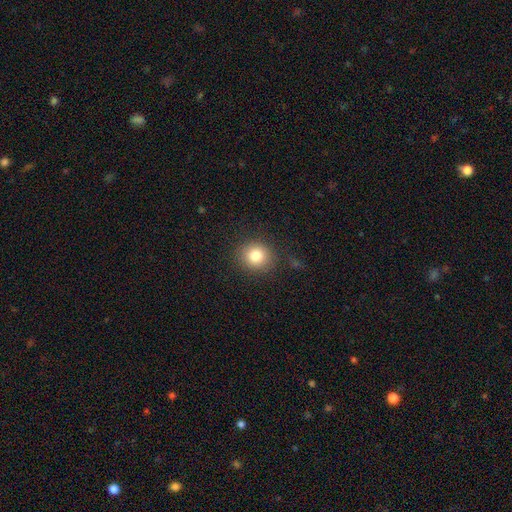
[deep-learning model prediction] This is clearly a smooth galaxy (81%). How rounded: clearly round (86%). Merging: clearly none (86%).